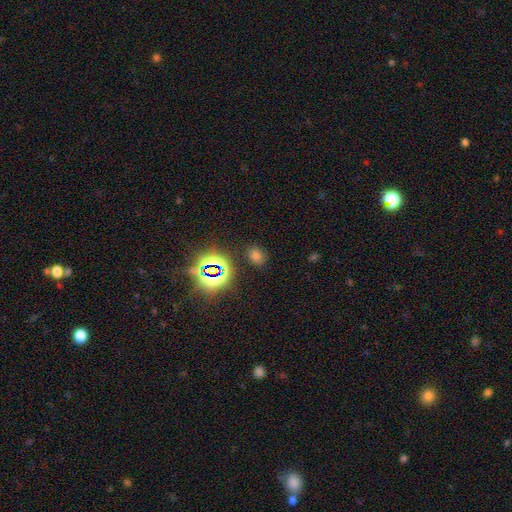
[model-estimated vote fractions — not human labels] This appears to be a smooth galaxy with no disk features (55%) that is in between round and cigar-shaped (59%). Merging: none (83%).